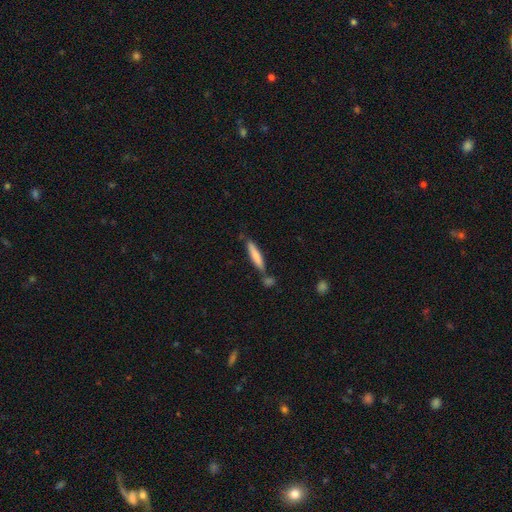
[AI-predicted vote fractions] smooth 75%, featured or disk 19%, star or artifact 6%. Down the decision tree: how rounded — cigar-shaped (90%); merging — none (68%).